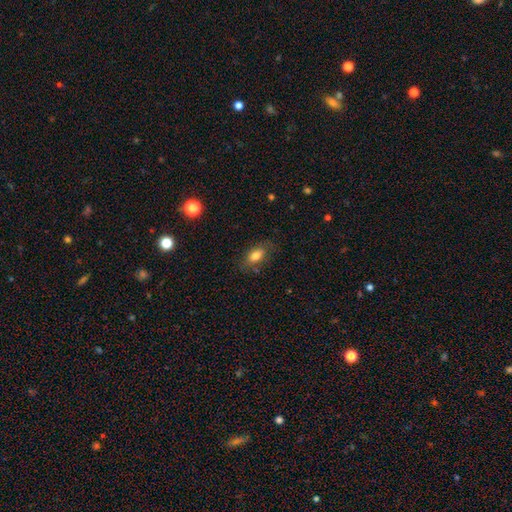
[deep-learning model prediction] Morphology: type=smooth (78%); roundness=in between (87%); merging=none (75%).